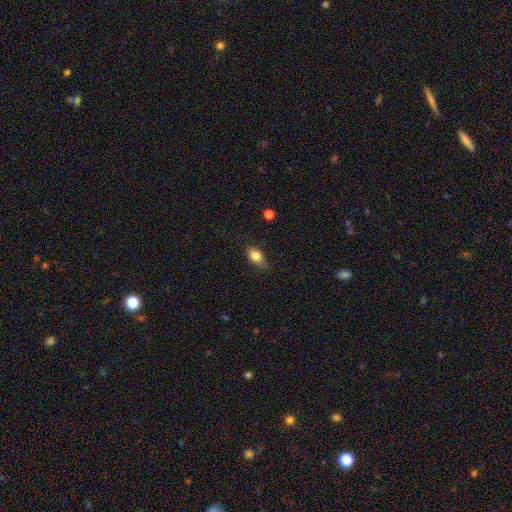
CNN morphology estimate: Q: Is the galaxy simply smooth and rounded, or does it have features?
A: smooth — 80%.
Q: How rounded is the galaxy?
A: in between — 81%.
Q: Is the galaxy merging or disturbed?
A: none — 70%.